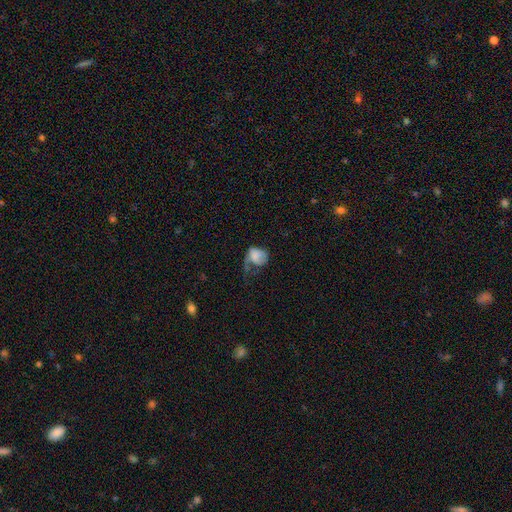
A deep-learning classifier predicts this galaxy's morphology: Overall: smooth (61%; featured or disk 30%). How rounded: in between (61%; round 38%). Merging: major disturbance (57%; minor disturbance 21%).